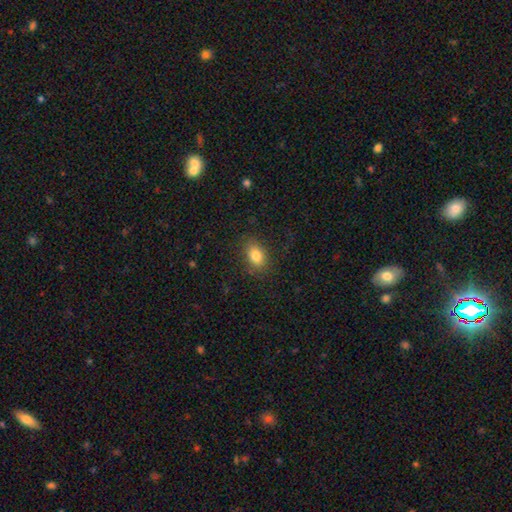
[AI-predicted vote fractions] Smooth or featured?
  - smooth: 82% *
  - star or artifact: 10%
  - featured or disk: 8%
How rounded?
  - in between: 80% *
  - round: 18%
  - cigar-shaped: 2%
Merging?
  - none: 83% *
  - minor disturbance: 12%
  - major disturbance: 5%
  - merger: 1%